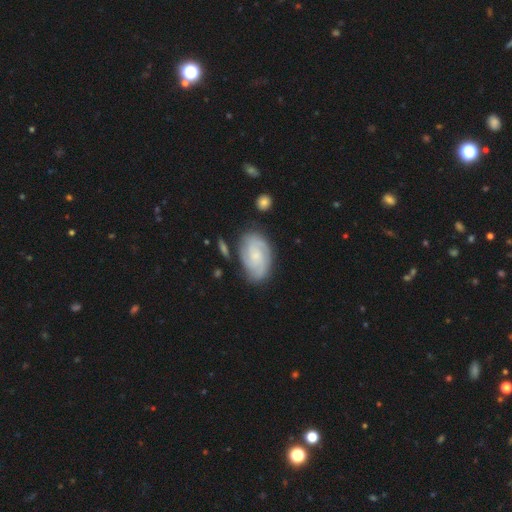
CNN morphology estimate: Smooth or featured? featured or disk (76%)
Edge-on disk? no (97%)
Bar? no (62%)
Spiral arms? yes (95%)
Spiral winding? tight (55%)
Spiral arm count? 2 (36%)
Bulge size? small (57%)
Merging? none (75%)